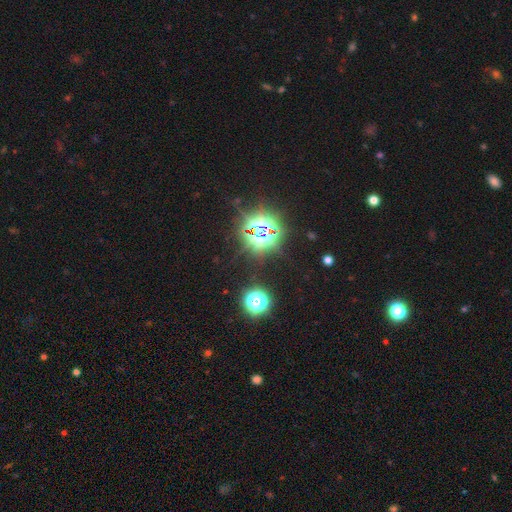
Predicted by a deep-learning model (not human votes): Smooth or featured: star or artifact — 79% (smooth — 14%)